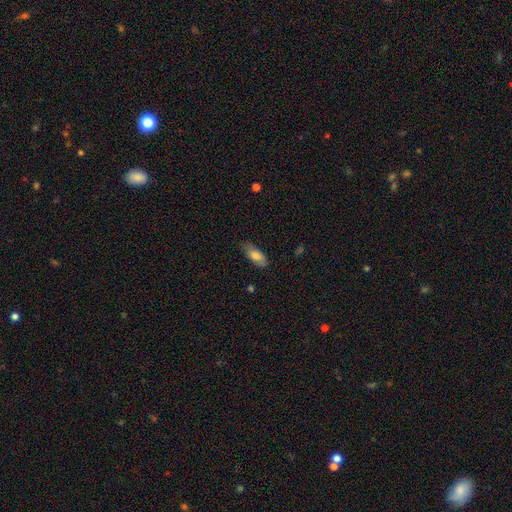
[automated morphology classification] smooth-or-featured: smooth: 79% | featured or disk: 14% | star or artifact: 6%
  how-rounded: in between: 81% | cigar-shaped: 17% | round: 2%
  merging: none: 77% | minor disturbance: 18% | major disturbance: 3% | merger: 1%